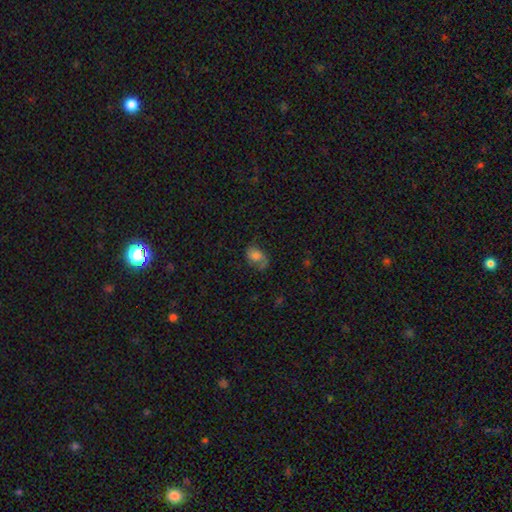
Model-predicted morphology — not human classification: A smooth galaxy with no disk features (62%) that is in between round and cigar-shaped (80%).

Vote fractions:
- Smooth or featured? smooth: 62% / featured or disk: 28% / star or artifact: 10%
- How rounded? in between: 80% / round: 19% / cigar-shaped: 1%
- Merging? none: 50% / minor disturbance: 29% / major disturbance: 19% / merger: 2%